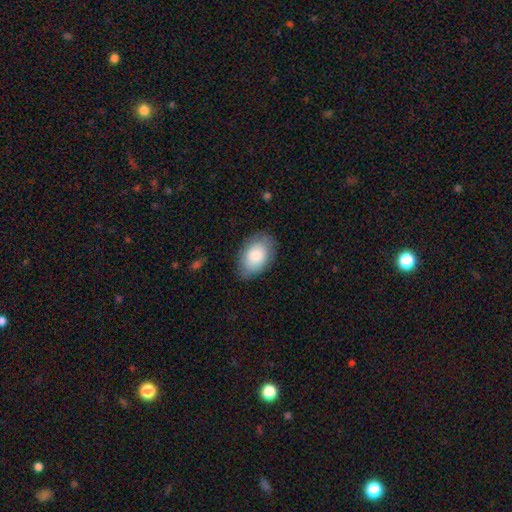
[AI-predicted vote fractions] Morphology: type=smooth (81%); roundness=in between (90%); merging=none (78%).